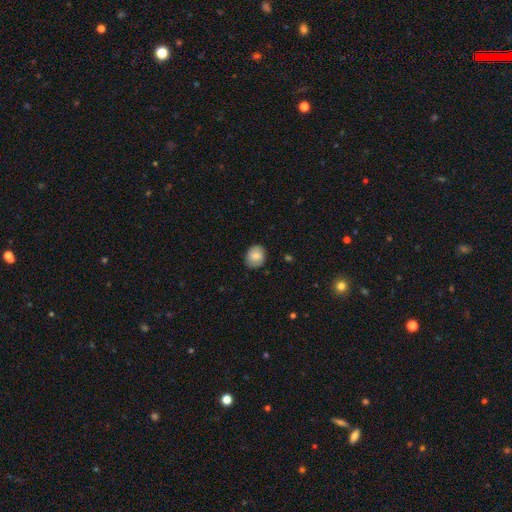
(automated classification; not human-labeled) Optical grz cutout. It shows a smooth galaxy with no disk features (78%) that is round (66%). Merging: none (83%).